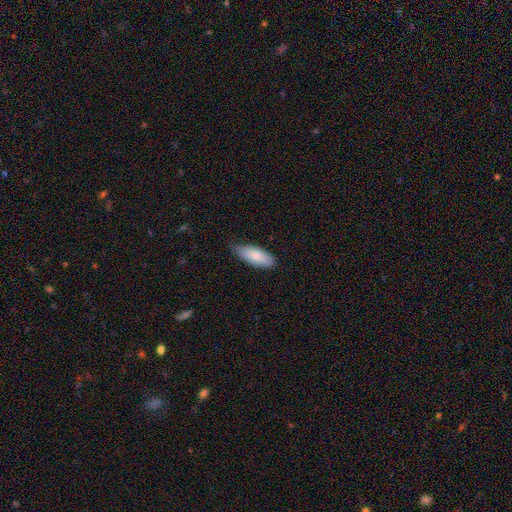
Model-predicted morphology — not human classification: This is clearly a smooth galaxy (80%). How rounded: likely in between (79%). Merging: likely none (75%).